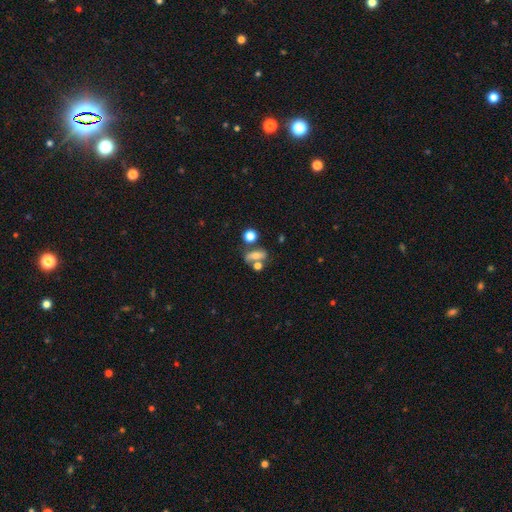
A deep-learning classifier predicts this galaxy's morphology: Smooth or featured: smooth — 58% (featured or disk — 28%)
How rounded: in between — 63% (round — 25%)
Merging: none — 49% (merger — 28%)